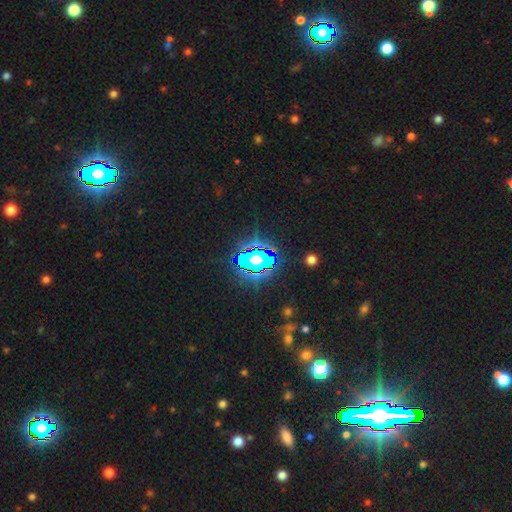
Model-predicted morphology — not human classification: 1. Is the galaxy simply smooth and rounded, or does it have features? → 69% star or artifact, 19% smooth, 12% featured or disk.